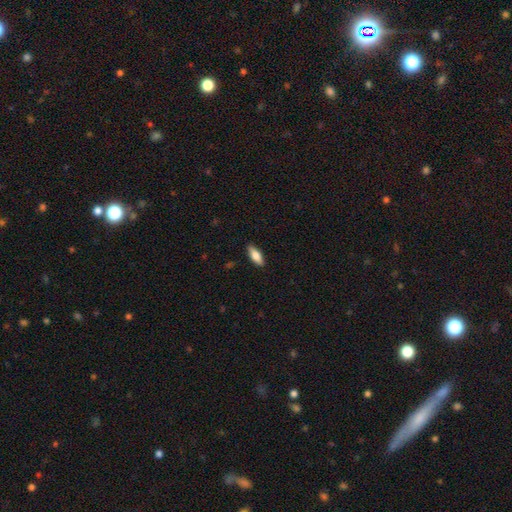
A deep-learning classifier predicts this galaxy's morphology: Overall: smooth (77%). How rounded: in between (68%; cigar-shaped 30%). Merging: none (88%).